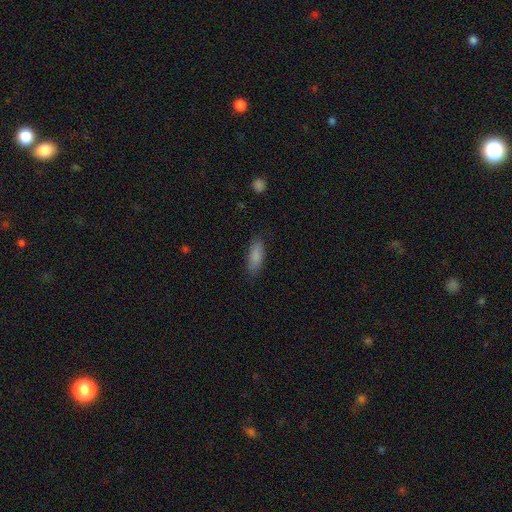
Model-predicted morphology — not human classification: This is clearly a smooth galaxy (87%). How rounded: likely in between (71%). Merging: clearly none (85%).